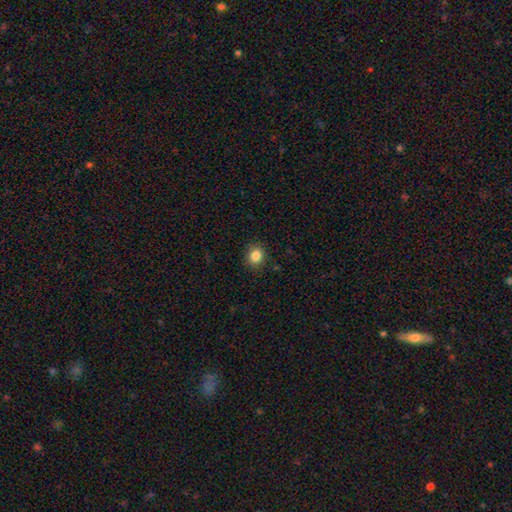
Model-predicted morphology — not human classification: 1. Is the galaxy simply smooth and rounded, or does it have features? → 85% smooth, 11% star or artifact, 5% featured or disk.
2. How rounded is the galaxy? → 69% round, 30% in between, 1% cigar-shaped.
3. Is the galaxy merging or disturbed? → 89% none, 8% minor disturbance, 2% major disturbance, 1% merger.